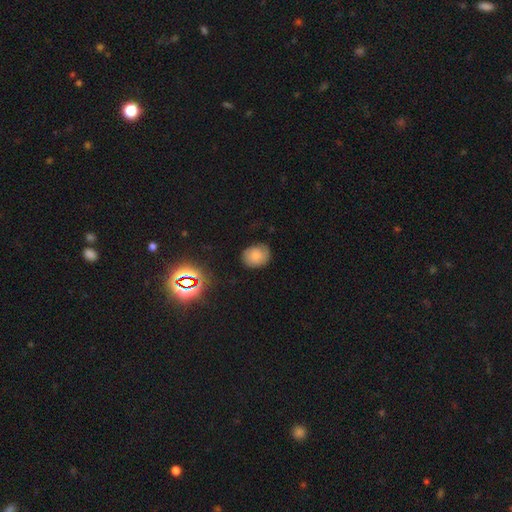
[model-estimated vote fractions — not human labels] A smooth galaxy with no disk features (66%) that is round (57%). Merging: none (71%).